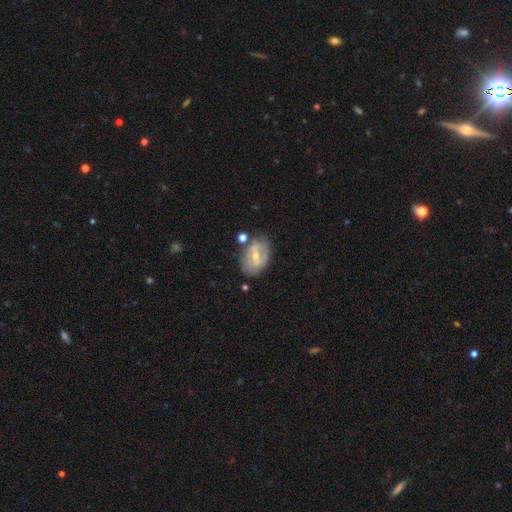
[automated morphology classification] The model was most divided on "spiral arms": no: 55%, yes: 45%. Remaining: edge-on disk — no (94%); merging — none (64%); smooth or featured — featured or disk (63%); bulge size — moderate (54%); bar — weak (43%).